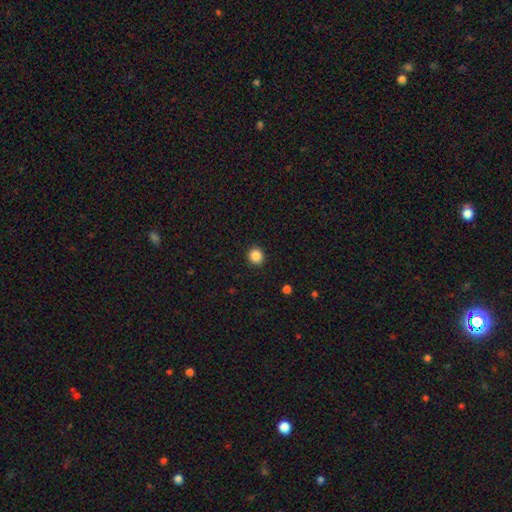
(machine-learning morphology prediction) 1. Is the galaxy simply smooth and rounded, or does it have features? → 87% smooth, 10% star or artifact, 3% featured or disk.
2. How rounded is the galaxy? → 84% round, 15% in between, 1% cigar-shaped.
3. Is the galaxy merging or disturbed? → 91% none, 6% minor disturbance, 2% major disturbance, 1% merger.